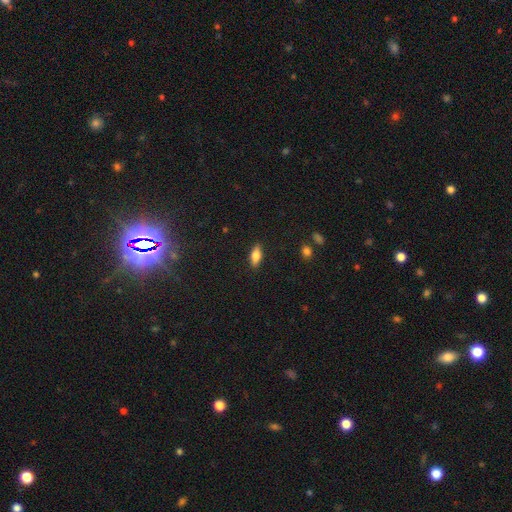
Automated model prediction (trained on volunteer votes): Morphology: type=smooth (73%); roundness=in between (76%); merging=none (88%).